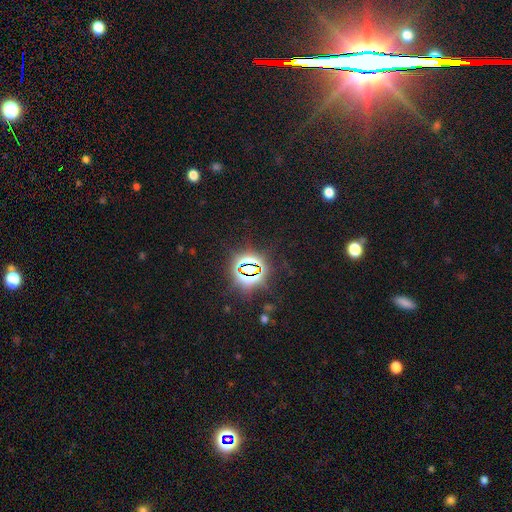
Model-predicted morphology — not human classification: smooth-or-featured: star or artifact: 81% | smooth: 11% | featured or disk: 8%